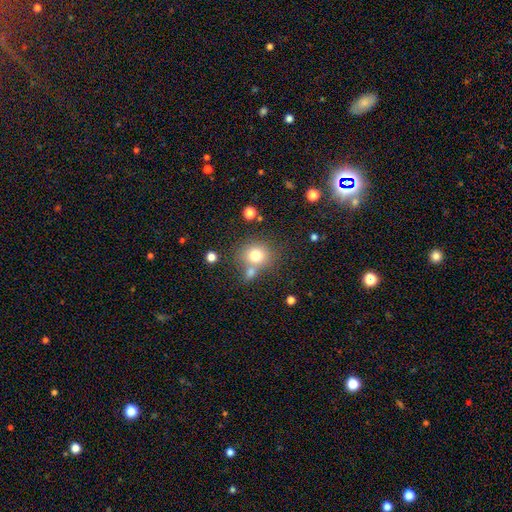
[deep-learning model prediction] Smooth or featured: smooth — 76% (star or artifact — 13%)
How rounded: round — 80% (in between — 19%)
Merging: none — 59% (merger — 26%)